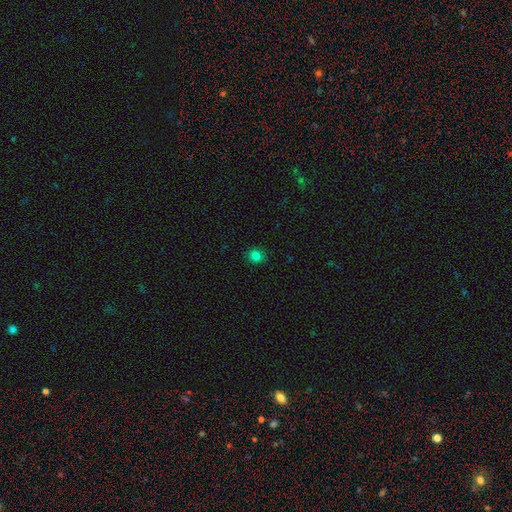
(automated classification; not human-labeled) Smooth or featured: smooth — 81% (star or artifact — 14%)
How rounded: round — 80% (in between — 19%)
Merging: none — 89% (minor disturbance — 8%)